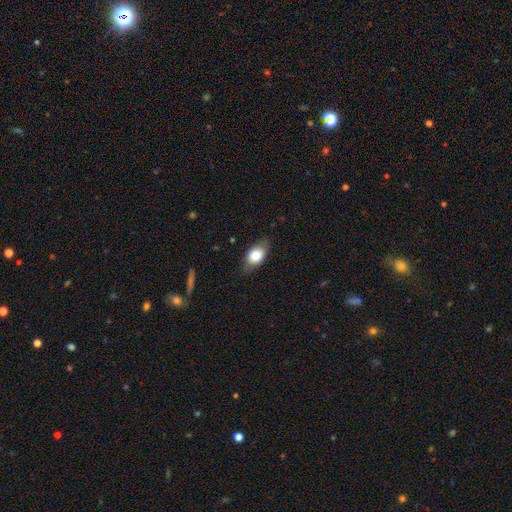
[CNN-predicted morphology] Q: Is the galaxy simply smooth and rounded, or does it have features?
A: smooth — 74%.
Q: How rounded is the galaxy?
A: in between — 86%.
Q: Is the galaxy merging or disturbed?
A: none — 77%.